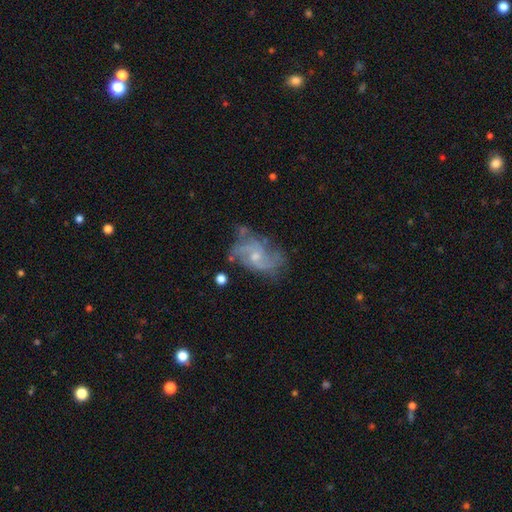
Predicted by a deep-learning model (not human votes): The model was most divided on "spiral winding": medium: 46%, loose: 34%, tight: 21%. More confident: edge-on disk — no (97%); spiral arms — yes (91%); smooth or featured — featured or disk (80%); bulge size — small (63%); bar — no (62%); merging — none (60%); spiral arm count — 2 (51%).